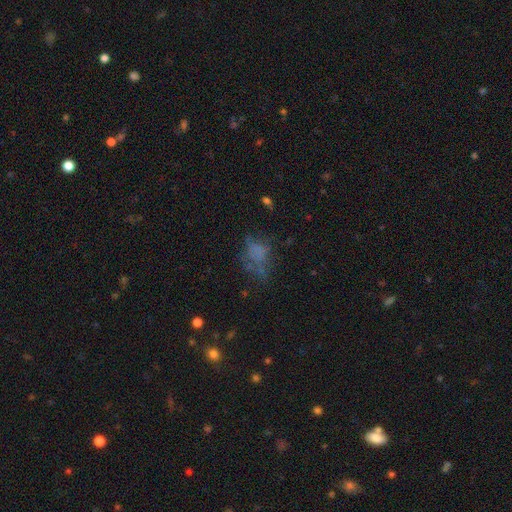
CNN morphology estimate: Overall: smooth (46%; featured or disk 28%). Merging: none (43%; major disturbance 30%).